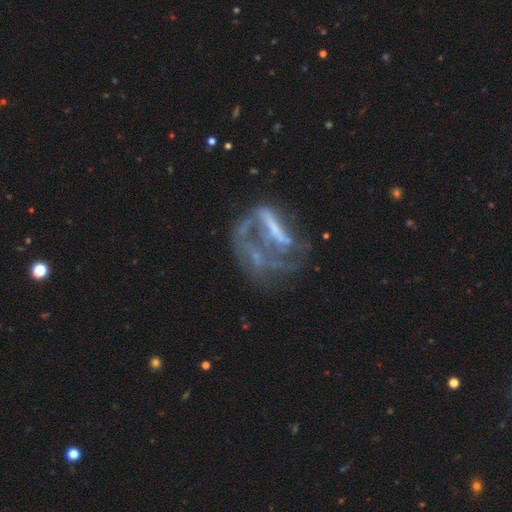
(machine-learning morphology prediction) Smooth or featured?
  - featured or disk: 69% *
  - smooth: 17%
  - star or artifact: 14%
Edge-on disk?
  - no: 90% *
  - yes: 10%
Bar?
  - no: 40% *
  - strong: 36%
  - weak: 24%
Spiral arms?
  - no: 59% *
  - yes: 41%
Bulge size?
  - none: 52% *
  - small: 27%
  - moderate: 16%
  - large: 3%
  - dominant: 2%
Merging?
  - major disturbance: 43% *
  - none: 29%
  - merger: 14%
  - minor disturbance: 14%